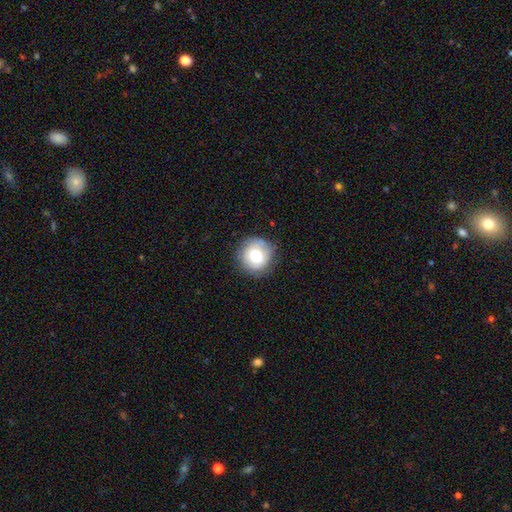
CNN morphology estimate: This appears to be a smooth galaxy with no disk features (68%) that is round (92%). Merging: none (82%).